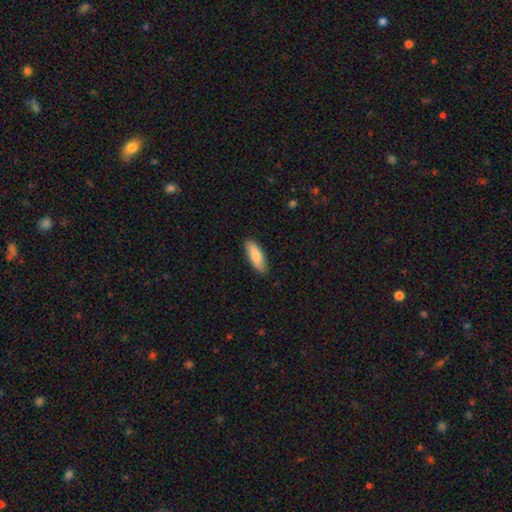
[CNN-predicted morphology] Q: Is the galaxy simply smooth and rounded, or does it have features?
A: smooth — 81%.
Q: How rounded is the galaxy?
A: in between — 66%.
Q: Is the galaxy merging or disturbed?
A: none — 88%.